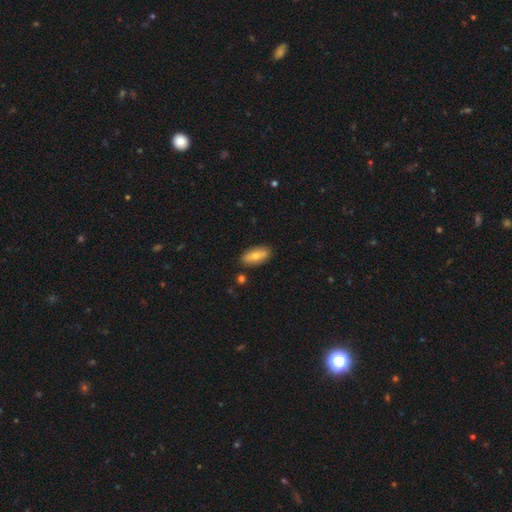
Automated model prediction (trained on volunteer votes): Smooth or featured? smooth (66%)
How rounded? in between (84%)
Merging? none (85%)